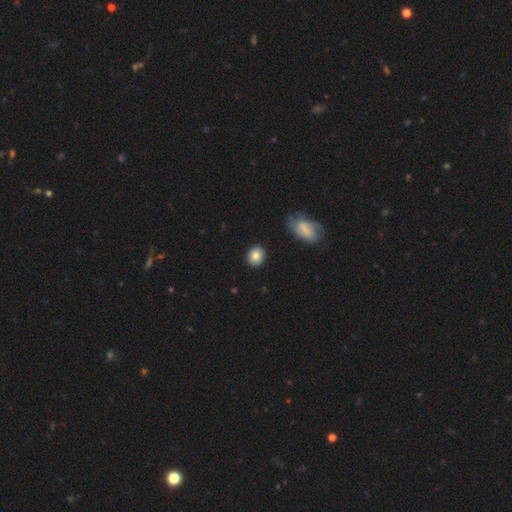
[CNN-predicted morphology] The model was most divided on "how rounded": round: 68%, in between: 31%, cigar-shaped: 1%. More confident: merging — none (88%); smooth or featured — smooth (84%).